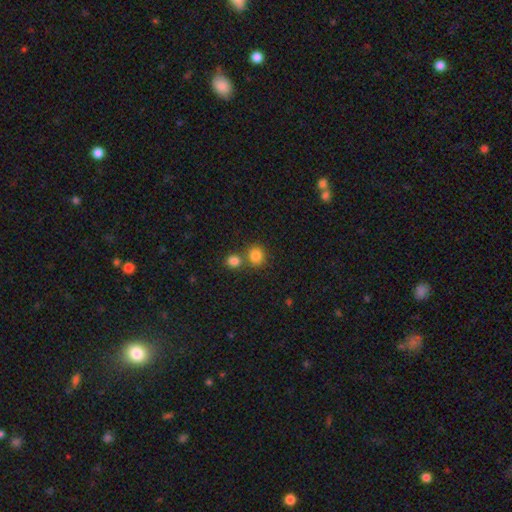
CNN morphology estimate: The model was most divided on "merging": none: 59%, merger: 30%, minor disturbance: 8%, major disturbance: 3%. More confident: how rounded — round (84%); smooth or featured — smooth (83%).